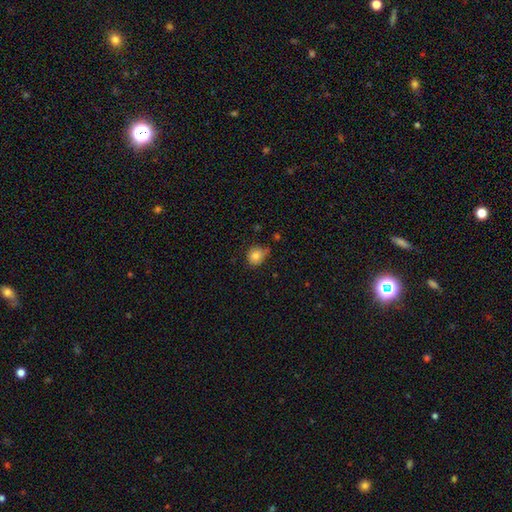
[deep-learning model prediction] smooth 80%, star or artifact 10%, featured or disk 10%. Down the decision tree: how rounded — round (74%); merging — none (61%).